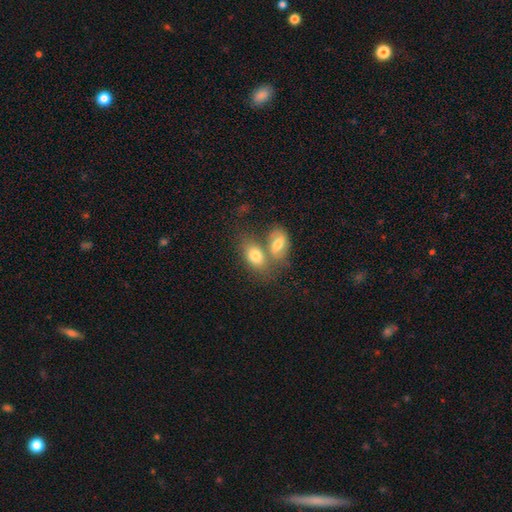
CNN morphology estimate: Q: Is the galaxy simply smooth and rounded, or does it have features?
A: smooth — 76%.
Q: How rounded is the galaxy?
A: in between — 85%.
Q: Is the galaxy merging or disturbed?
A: merger — 52%.